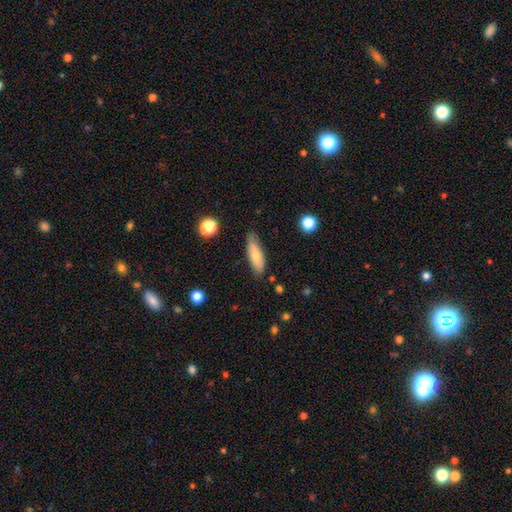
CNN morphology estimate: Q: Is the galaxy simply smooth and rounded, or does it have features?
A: smooth — 67%.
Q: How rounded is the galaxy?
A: in between — 57%.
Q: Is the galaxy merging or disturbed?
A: none — 74%.